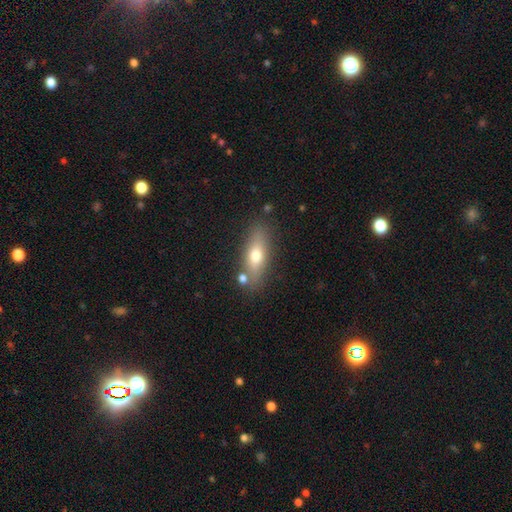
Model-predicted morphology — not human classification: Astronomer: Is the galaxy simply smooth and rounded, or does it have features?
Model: smooth — 63%.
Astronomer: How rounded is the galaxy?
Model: in between — 54% (runner-up: cigar-shaped, 41%).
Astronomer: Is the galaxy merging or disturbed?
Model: none — 78%.